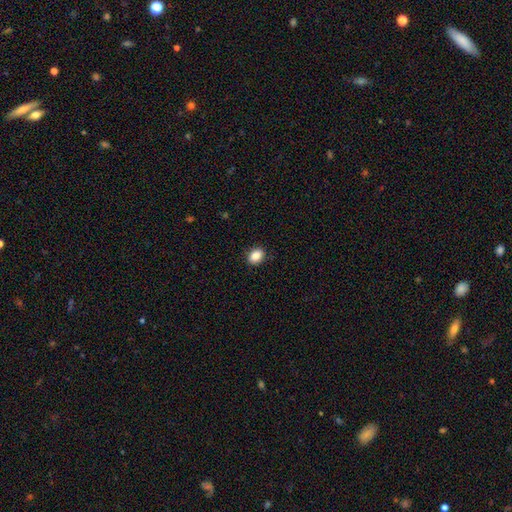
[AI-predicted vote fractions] Smooth or featured?
  - smooth: 88% *
  - star or artifact: 8%
  - featured or disk: 4%
How rounded?
  - in between: 65% *
  - round: 34%
  - cigar-shaped: 1%
Merging?
  - none: 89% *
  - minor disturbance: 8%
  - major disturbance: 2%
  - merger: 1%